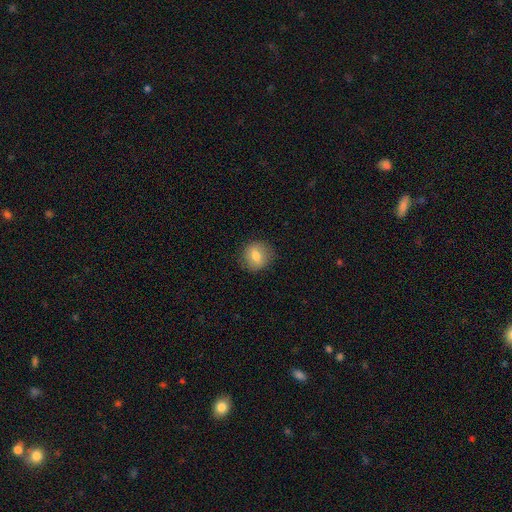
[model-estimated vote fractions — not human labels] smooth 70%, featured or disk 21%, star or artifact 9%. Down the decision tree: how rounded — round (81%); merging — none (84%).